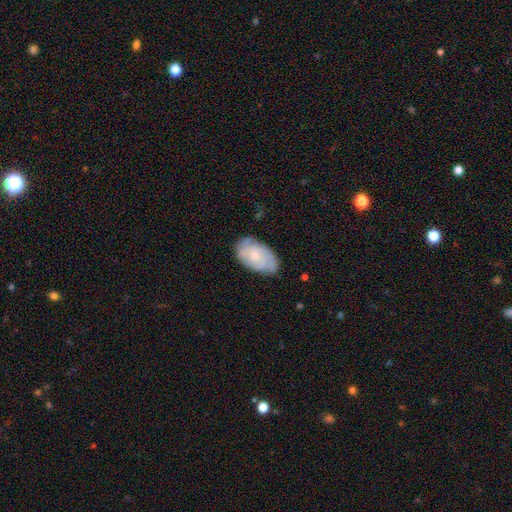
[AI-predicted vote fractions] The model was most divided on "smooth or featured": featured or disk: 50%, smooth: 44%, star or artifact: 6%. More confident: merging — none (68%).